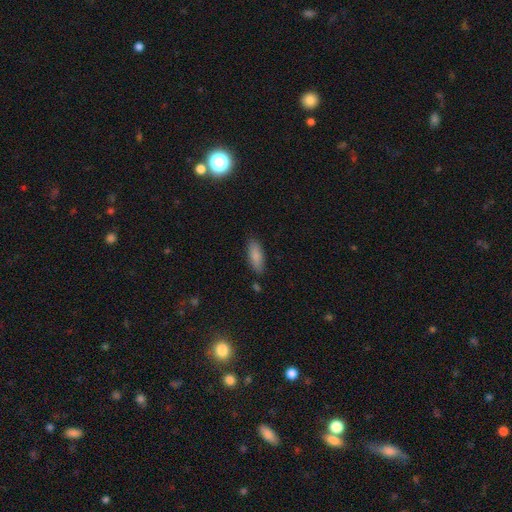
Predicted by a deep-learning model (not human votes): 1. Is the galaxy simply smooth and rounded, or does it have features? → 84% smooth, 10% featured or disk, 7% star or artifact.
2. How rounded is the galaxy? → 70% in between, 29% cigar-shaped, 2% round.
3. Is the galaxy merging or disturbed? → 82% none, 13% minor disturbance, 3% major disturbance, 2% merger.